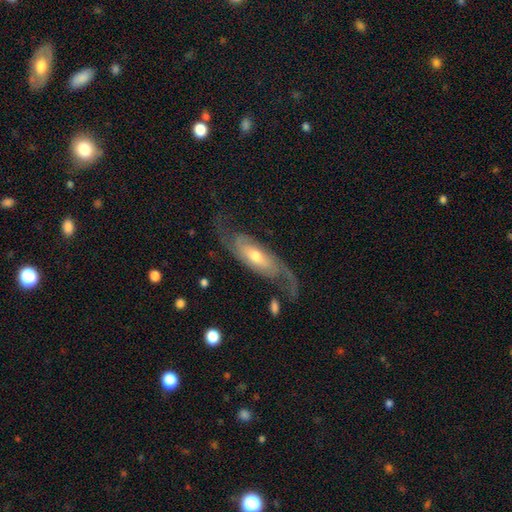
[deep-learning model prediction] Overall: featured or disk (81%). Edge-on disk: no (87%). Bar: no (55%; weak 32%). Spiral arms: yes (95%). Spiral arm count: 2 (85%). Spiral winding: loose (43%; medium 38%). Bulge size: moderate (60%; small 30%). Merging: none (65%).